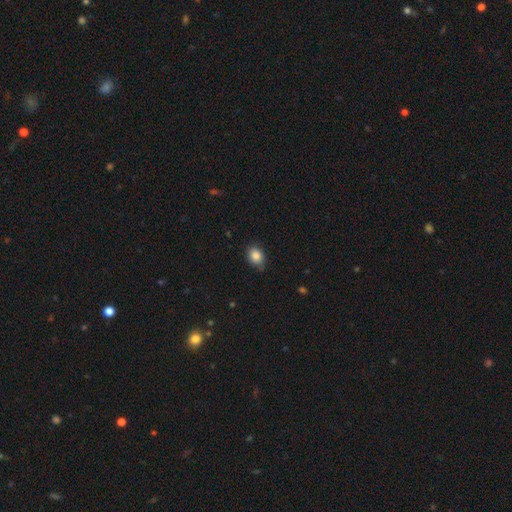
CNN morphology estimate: Q: Smooth or featured?
A: smooth (85%); runner-up: star or artifact (9%)
Q: How rounded?
A: in between (58%); runner-up: round (41%)
Q: Merging?
A: none (75%); runner-up: minor disturbance (21%)